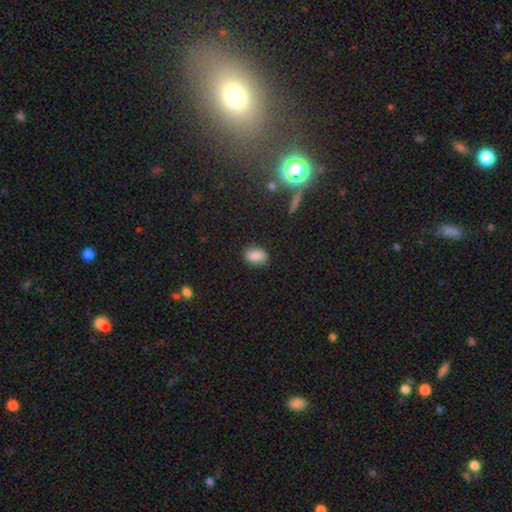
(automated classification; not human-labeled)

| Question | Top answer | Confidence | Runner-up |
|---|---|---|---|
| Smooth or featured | smooth | 84% | star or artifact (9%) |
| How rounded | in between | 80% | round (18%) |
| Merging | none | 83% | minor disturbance (12%) |